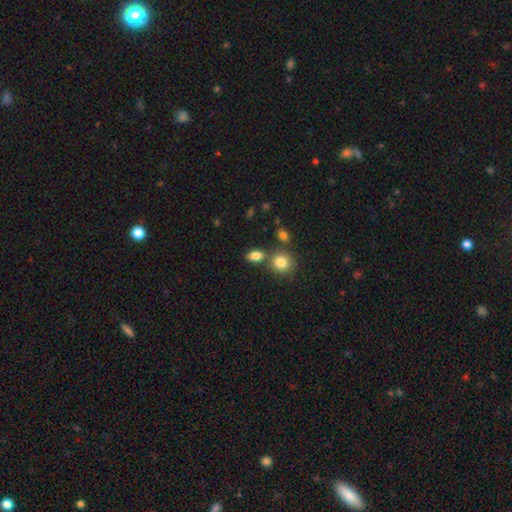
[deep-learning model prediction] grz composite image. It shows a smooth galaxy with no disk features (83%) that is in between round and cigar-shaped (77%). Merging: none (65%).